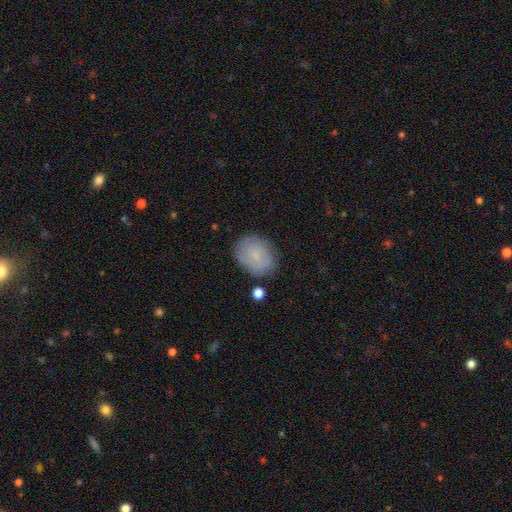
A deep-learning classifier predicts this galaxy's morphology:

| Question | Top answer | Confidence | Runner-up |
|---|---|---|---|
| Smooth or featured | smooth | 65% | featured or disk (27%) |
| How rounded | in between | 63% | round (36%) |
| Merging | none | 77% | minor disturbance (16%) |